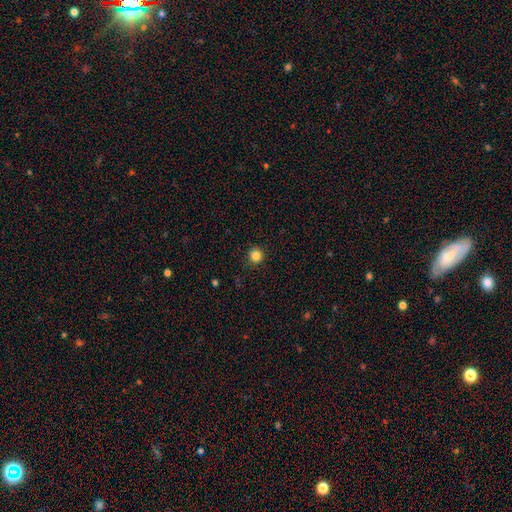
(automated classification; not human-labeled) This appears to be a smooth galaxy with no disk features (84%) that is round (94%). Merging: none (91%).